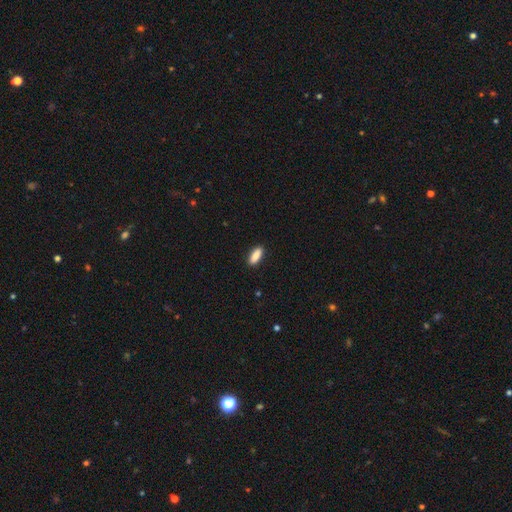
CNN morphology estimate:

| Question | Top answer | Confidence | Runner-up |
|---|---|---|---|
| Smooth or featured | smooth | 89% | star or artifact (6%) |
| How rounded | in between | 71% | cigar-shaped (27%) |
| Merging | none | 89% | minor disturbance (8%) |